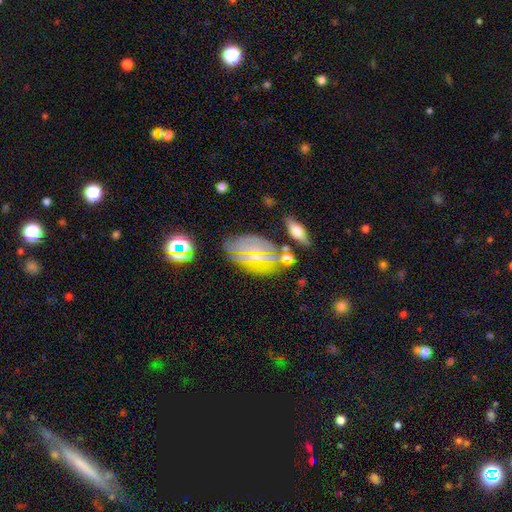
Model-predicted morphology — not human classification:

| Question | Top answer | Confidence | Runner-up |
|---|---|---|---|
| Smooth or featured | smooth | 44% | featured or disk (33%) |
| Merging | none | 69% | minor disturbance (18%) |